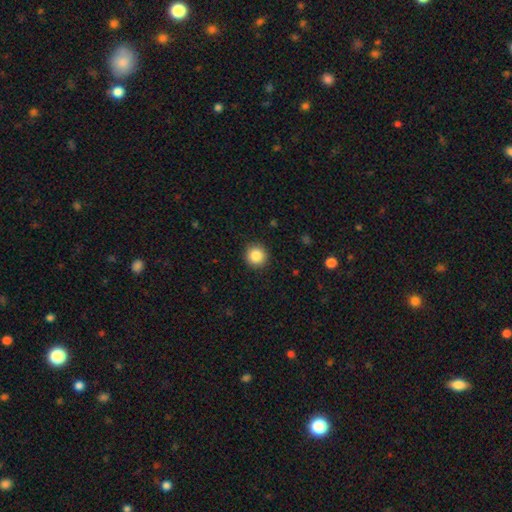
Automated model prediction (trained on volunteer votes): A smooth galaxy with no disk features (86%) that is round (94%).

Vote fractions:
- Smooth or featured? smooth: 86% / star or artifact: 9% / featured or disk: 4%
- How rounded? round: 94% / in between: 5% / cigar-shaped: 1%
- Merging? none: 92% / minor disturbance: 6% / major disturbance: 2% / merger: 1%